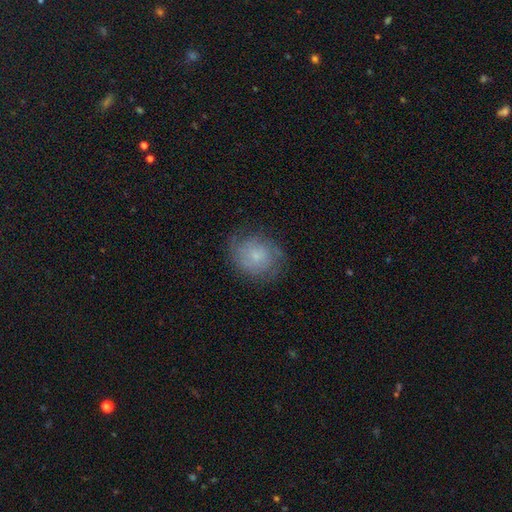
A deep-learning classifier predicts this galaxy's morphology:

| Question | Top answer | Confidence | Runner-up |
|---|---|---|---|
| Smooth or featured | featured or disk | 46% | smooth (45%) |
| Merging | none | 72% | minor disturbance (19%) |